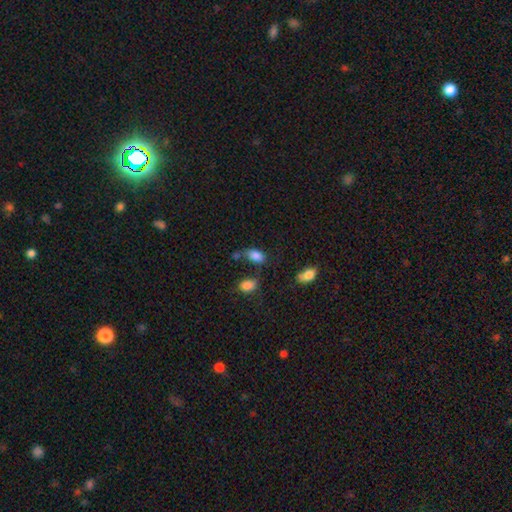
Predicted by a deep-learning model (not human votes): smooth_or_featured: smooth (p=0.83) [alt: star or artifact p=0.10]
how_rounded: in between (p=0.90) [alt: round p=0.07]
merging: none (p=0.50) [alt: minor disturbance p=0.23]